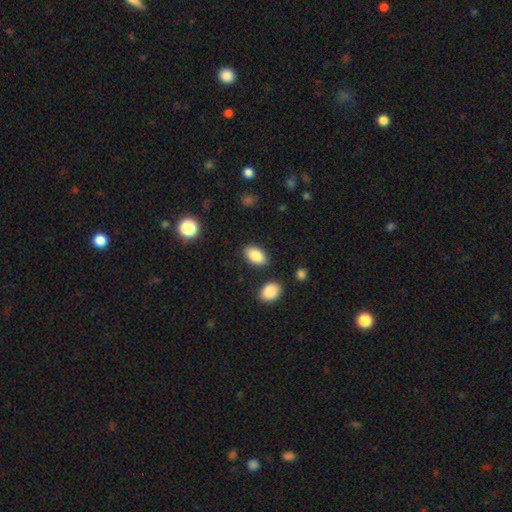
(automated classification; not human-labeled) This appears to be a smooth galaxy with no disk features (86%) that is in between round and cigar-shaped (92%). Merging: none (85%).